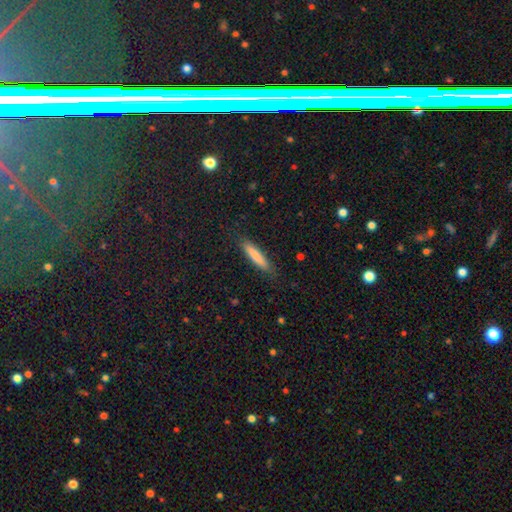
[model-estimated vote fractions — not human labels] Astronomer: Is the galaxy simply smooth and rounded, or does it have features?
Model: smooth — 80%.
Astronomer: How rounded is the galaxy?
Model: cigar-shaped — 89%.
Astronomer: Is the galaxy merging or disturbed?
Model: none — 87%.